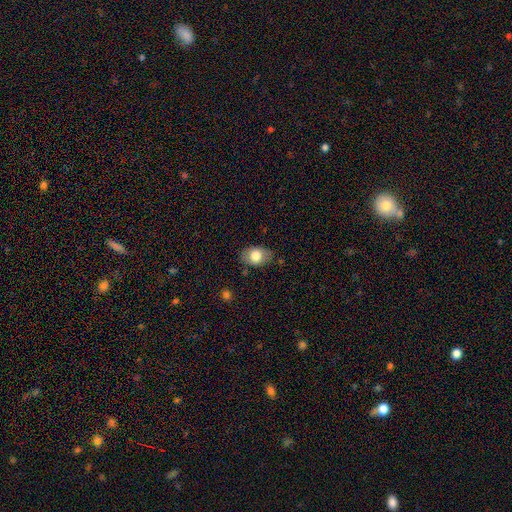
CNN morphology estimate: A smooth galaxy with no disk features (77%) that is in between round and cigar-shaped (81%). Merging: none (78%).